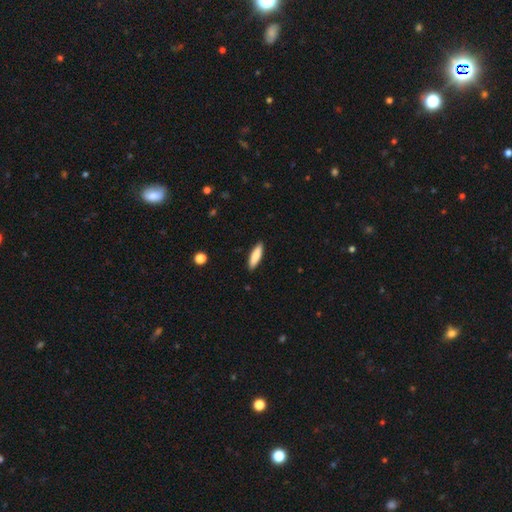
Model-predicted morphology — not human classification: smooth-or-featured: smooth: 82% | featured or disk: 13% | star or artifact: 6%
  how-rounded: cigar-shaped: 64% | in between: 35% | round: 2%
  merging: none: 90% | minor disturbance: 7% | major disturbance: 1% | merger: 1%